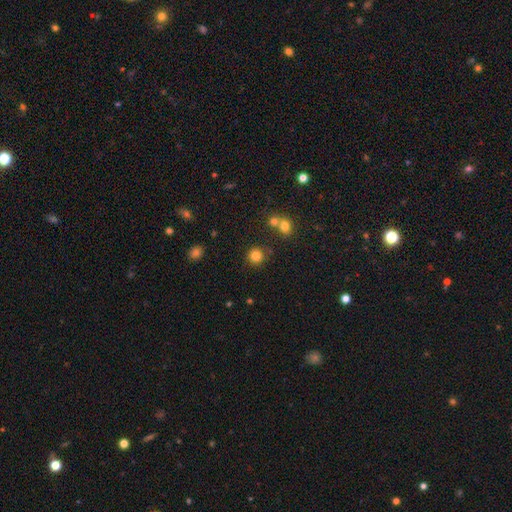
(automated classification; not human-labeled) This is clearly a smooth galaxy (82%). How rounded: clearly round (92%). Merging: clearly none (83%).